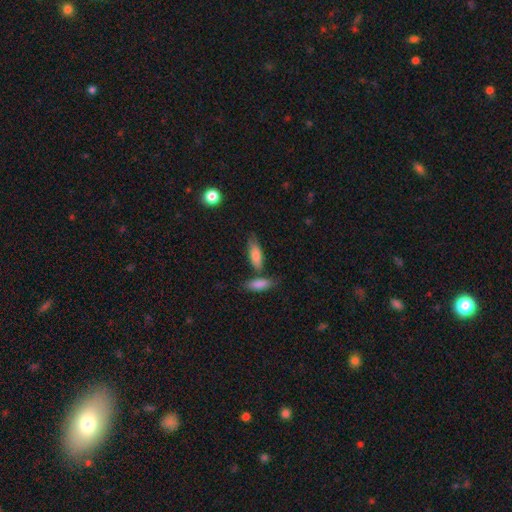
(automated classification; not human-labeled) Overall: smooth (80%). How rounded: in between (68%; cigar-shaped 29%). Merging: none (56%; merger 24%).